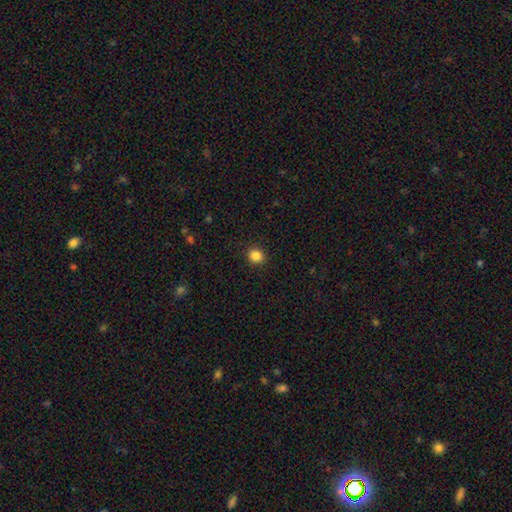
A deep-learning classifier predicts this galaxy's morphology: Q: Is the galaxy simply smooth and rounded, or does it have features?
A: smooth — 86%.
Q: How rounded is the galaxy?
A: round — 73%.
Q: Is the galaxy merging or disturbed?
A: none — 90%.